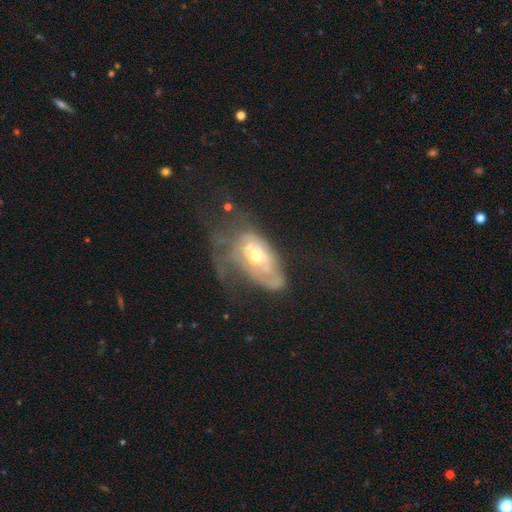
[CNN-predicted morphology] Smooth or featured: featured or disk — 67% (smooth — 25%)
Edge-on disk: no — 93% (yes — 7%)
Bar: no — 77% (weak — 19%)
Spiral arms: yes — 56% (no — 44%)
Bulge size: moderate — 66% (small — 27%)
Merging: major disturbance — 45% (none — 26%)